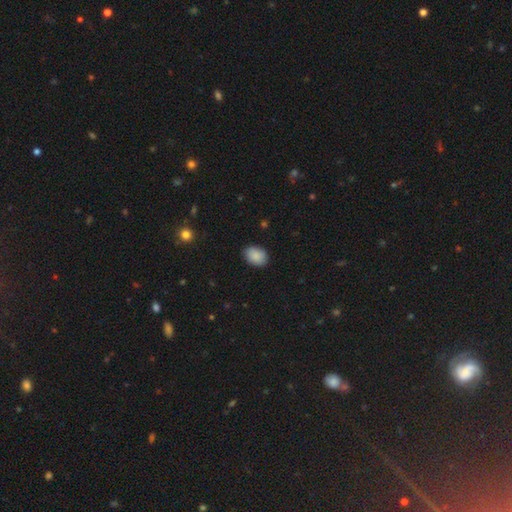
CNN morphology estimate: A smooth galaxy with no disk features (89%) that is in between round and cigar-shaped (79%). Merging: none (87%).